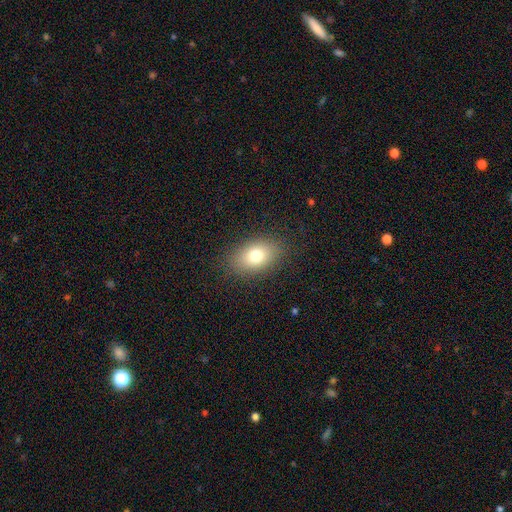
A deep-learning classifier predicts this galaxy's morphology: A smooth galaxy with no disk features (76%) that is in between round and cigar-shaped (83%).

Vote fractions:
- Smooth or featured? smooth: 76% / featured or disk: 13% / star or artifact: 11%
- How rounded? in between: 83% / round: 15% / cigar-shaped: 2%
- Merging? none: 85% / minor disturbance: 10% / major disturbance: 4% / merger: 1%